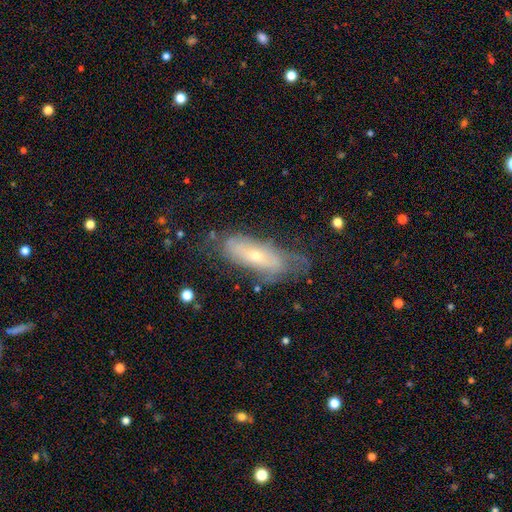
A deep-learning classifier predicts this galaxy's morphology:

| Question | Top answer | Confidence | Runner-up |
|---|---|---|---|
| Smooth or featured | featured or disk | 54% | smooth (38%) |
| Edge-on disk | no | 75% | yes (25%) |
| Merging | none | 50% | minor disturbance (30%) |